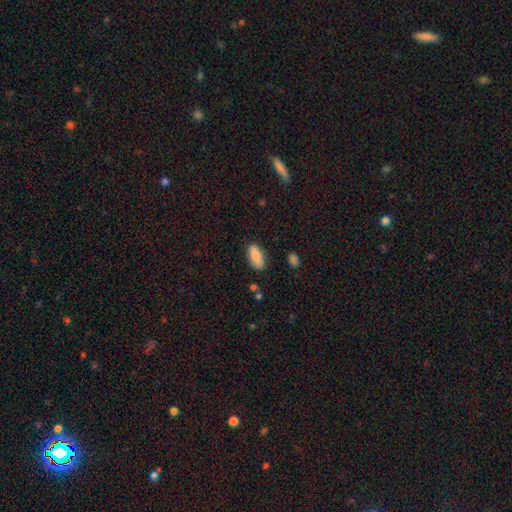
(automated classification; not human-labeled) Morphology: type=smooth (86%); roundness=in between (85%); merging=none (83%).